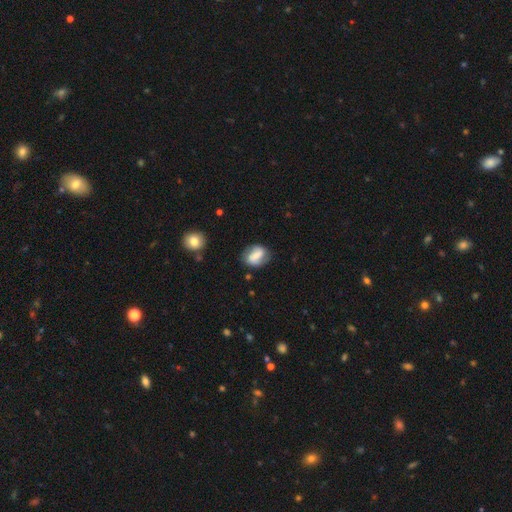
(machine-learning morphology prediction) smooth 51%, featured or disk 41%, star or artifact 8%. Down the decision tree: how rounded — in between (68%); merging — none (71%).